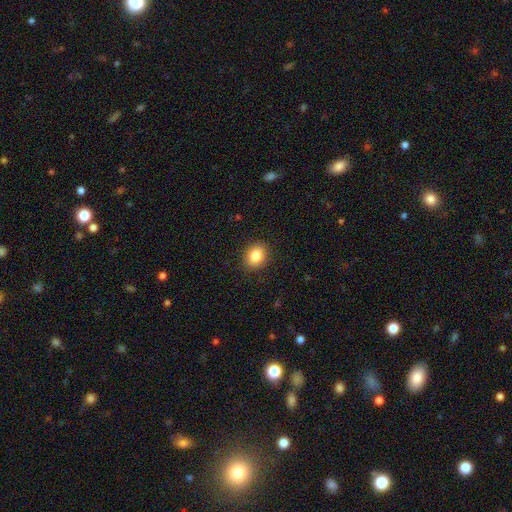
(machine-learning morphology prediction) The model was most divided on "how rounded": in between: 56%, round: 43%, cigar-shaped: 1%. More confident: merging — none (89%); smooth or featured — smooth (85%).